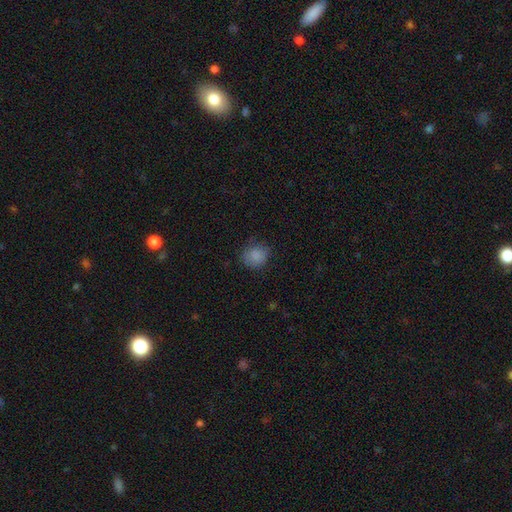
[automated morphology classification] smooth_or_featured: smooth (p=0.85) [alt: star or artifact p=0.09]
how_rounded: round (p=0.77) [alt: in between p=0.22]
merging: none (p=0.75) [alt: minor disturbance p=0.19]